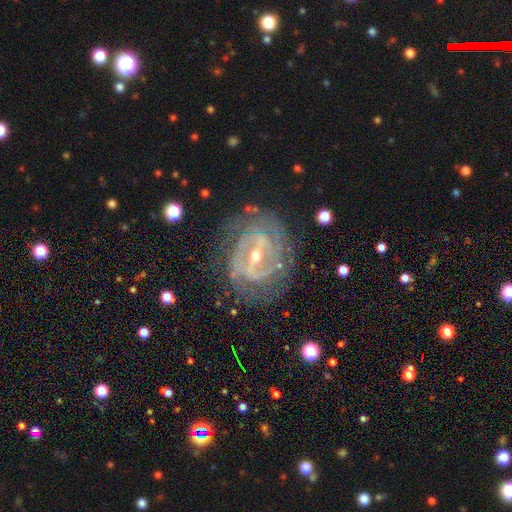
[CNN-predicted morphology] smooth_or_featured: featured or disk (p=0.89) [alt: smooth p=0.05]
disk_edge_on: no (p=0.96) [alt: yes p=0.04]
bar: strong (p=0.51) [alt: weak p=0.36]
has_spiral_arms: yes (p=0.92) [alt: no p=0.08]
spiral_winding: tight (p=0.62) [alt: medium p=0.31]
spiral_arm_count: 2 (p=0.41) [alt: can't tell p=0.26]
bulge_size: small (p=0.52) [alt: moderate p=0.45]
merging: none (p=0.73) [alt: minor disturbance p=0.17]